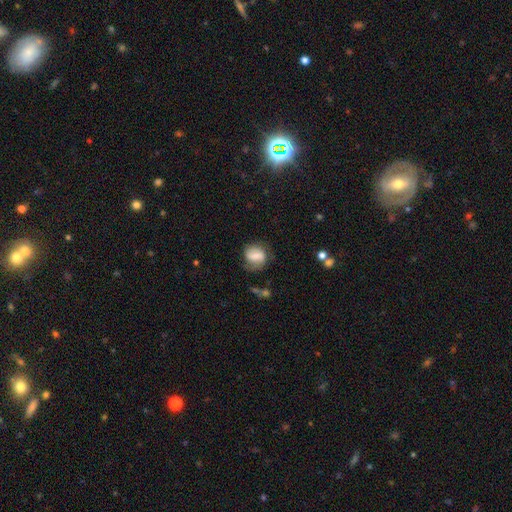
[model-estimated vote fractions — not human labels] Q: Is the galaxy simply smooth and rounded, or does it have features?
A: smooth — 54%.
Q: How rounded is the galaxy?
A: round — 60%.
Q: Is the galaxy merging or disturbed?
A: none — 56%.